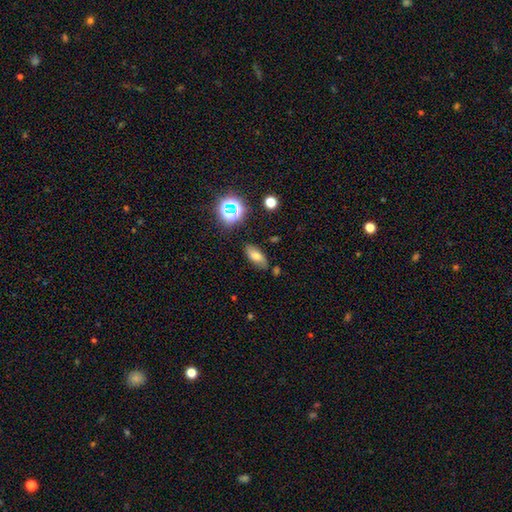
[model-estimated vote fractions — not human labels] Overall: smooth (67%). How rounded: in between (83%). Merging: none (77%).